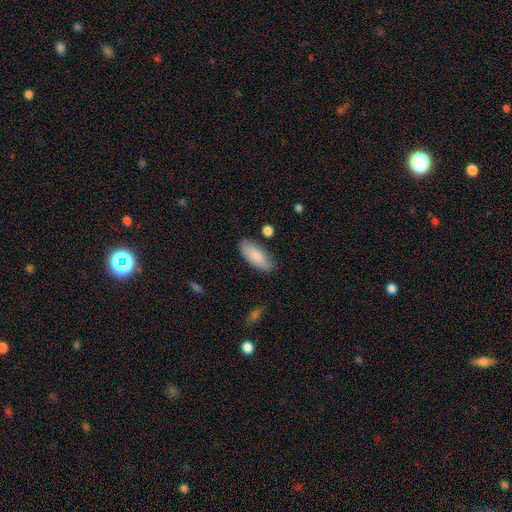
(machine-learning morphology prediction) Smooth or featured? smooth (84%)
How rounded? in between (86%)
Merging? none (81%)